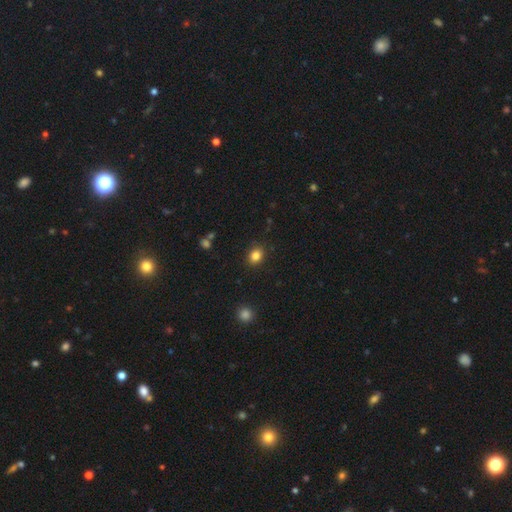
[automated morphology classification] A smooth galaxy with no disk features (84%) that is round (60%).

Vote fractions:
- Smooth or featured? smooth: 84% / star or artifact: 11% / featured or disk: 5%
- How rounded? round: 60% / in between: 39% / cigar-shaped: 1%
- Merging? none: 88% / minor disturbance: 9% / major disturbance: 3% / merger: 1%